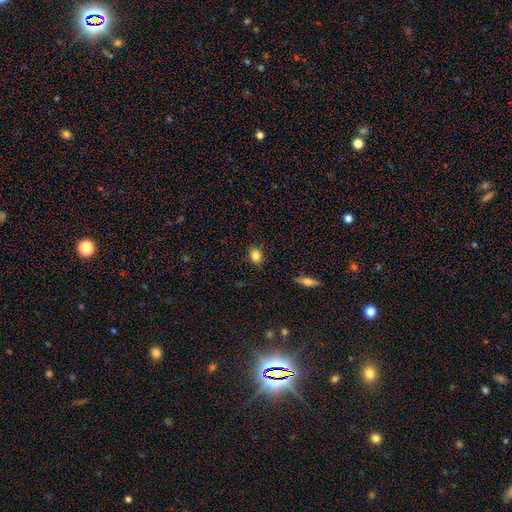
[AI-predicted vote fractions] smooth-or-featured: smooth: 83% | star or artifact: 10% | featured or disk: 7%
  how-rounded: round: 60% | in between: 39% | cigar-shaped: 2%
  merging: none: 88% | minor disturbance: 9% | major disturbance: 2% | merger: 1%